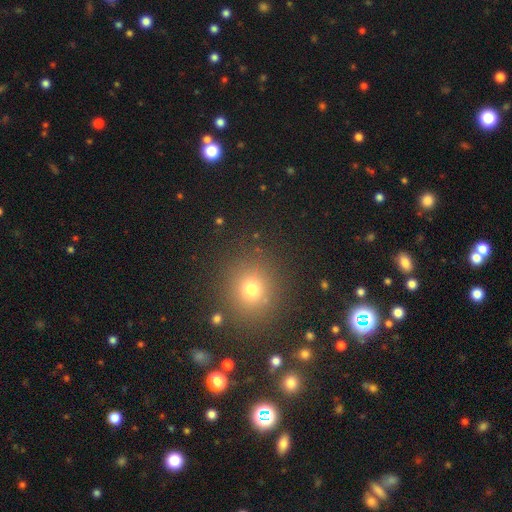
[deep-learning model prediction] Smooth or featured? Predicted: smooth (p=0.56). How rounded? Predicted: round (p=0.88). Merging? Predicted: none (p=0.90).